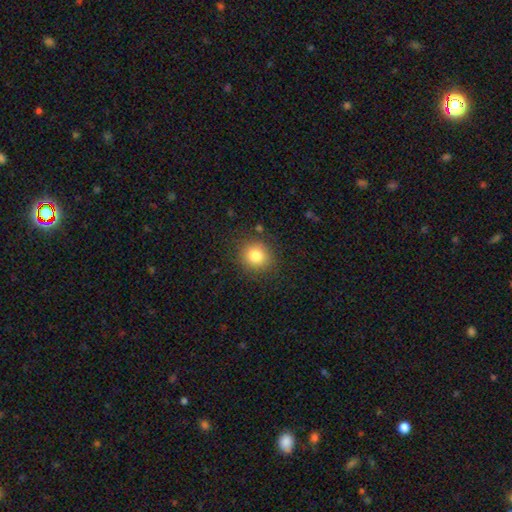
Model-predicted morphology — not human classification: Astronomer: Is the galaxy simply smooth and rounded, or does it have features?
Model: smooth — 82%.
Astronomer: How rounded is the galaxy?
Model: round — 84%.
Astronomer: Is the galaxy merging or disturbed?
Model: none — 86%.